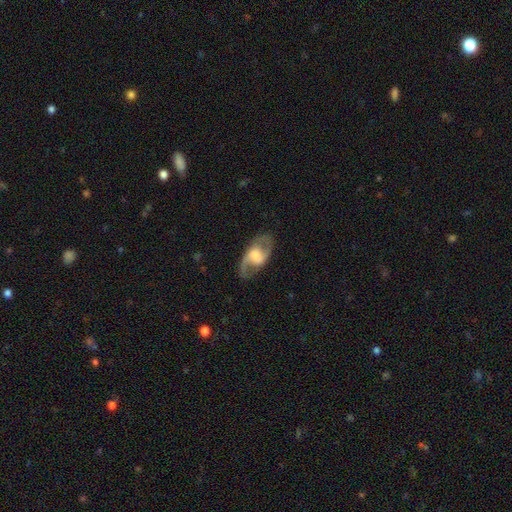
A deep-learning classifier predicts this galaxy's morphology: Overall: featured or disk (75%). Edge-on disk: no (93%). Bar: weak (45%; no 35%). Spiral arms: yes (87%). Spiral arm count: 2 (89%). Spiral winding: medium (49%; loose 36%). Bulge size: large (36%; moderate 31%). Merging: none (78%).